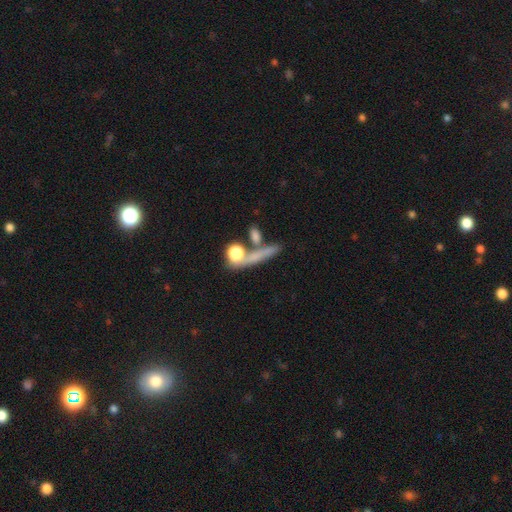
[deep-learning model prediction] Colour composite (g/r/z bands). It shows a smooth galaxy with no disk features (60%) that is cigar-shaped (45%). Merging: none (56%).